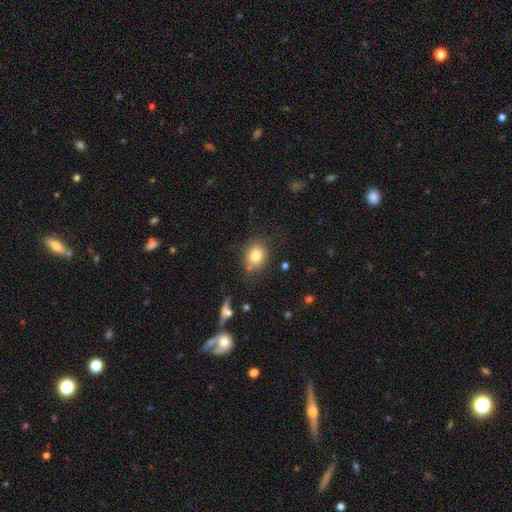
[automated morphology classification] Smooth or featured: smooth — 80% (star or artifact — 11%)
How rounded: round — 68% (in between — 31%)
Merging: none — 75% (minor disturbance — 14%)